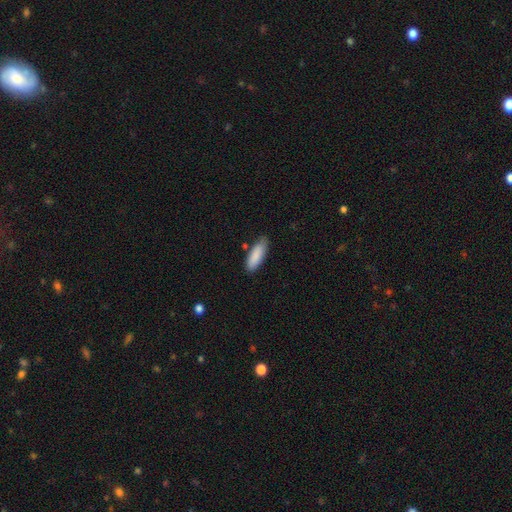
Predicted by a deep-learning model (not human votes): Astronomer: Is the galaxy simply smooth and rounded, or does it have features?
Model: smooth — 88%.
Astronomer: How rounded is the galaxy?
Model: in between — 58% (runner-up: cigar-shaped, 41%).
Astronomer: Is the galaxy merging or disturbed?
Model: none — 76%.